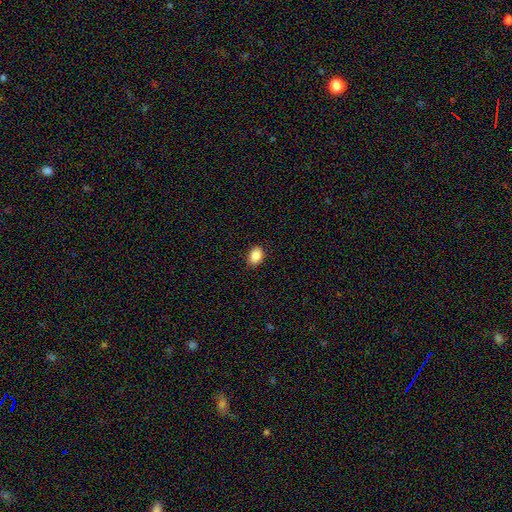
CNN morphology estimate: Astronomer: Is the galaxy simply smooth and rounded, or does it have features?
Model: smooth — 88%.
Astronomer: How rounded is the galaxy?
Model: in between — 77%.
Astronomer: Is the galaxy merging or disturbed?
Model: none — 88%.